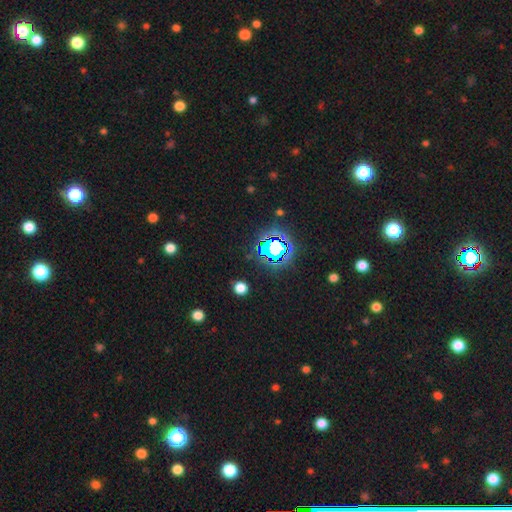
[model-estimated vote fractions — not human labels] Smooth or featured? Predicted: star or artifact (p=0.80).